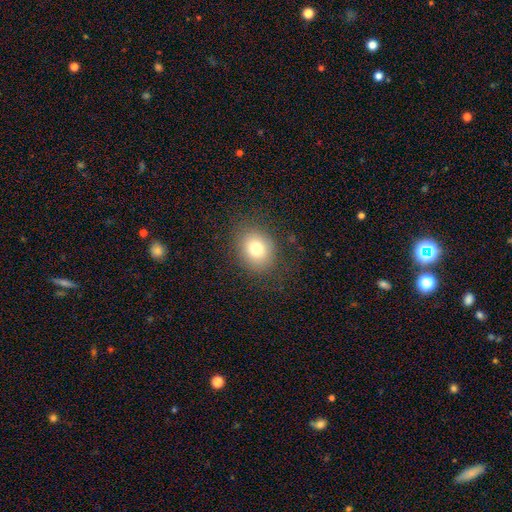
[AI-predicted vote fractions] The model was most divided on "how rounded": round: 65%, in between: 34%, cigar-shaped: 1%. More confident: merging — none (88%); smooth or featured — smooth (72%).